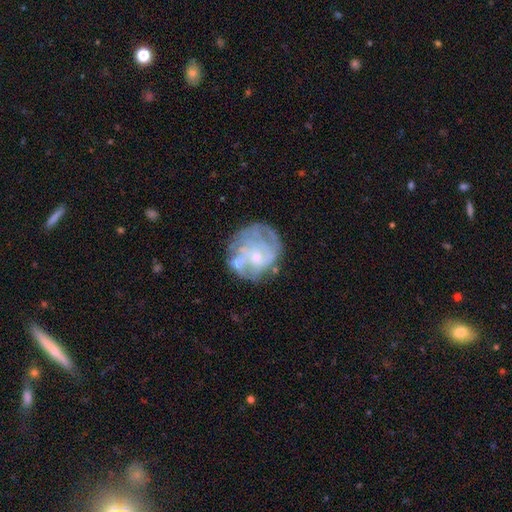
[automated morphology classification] A featured or disk galaxy (72%) with no bar (81%), spiral arms (62%) and a small central bulge (57%). Merging: none (47%).